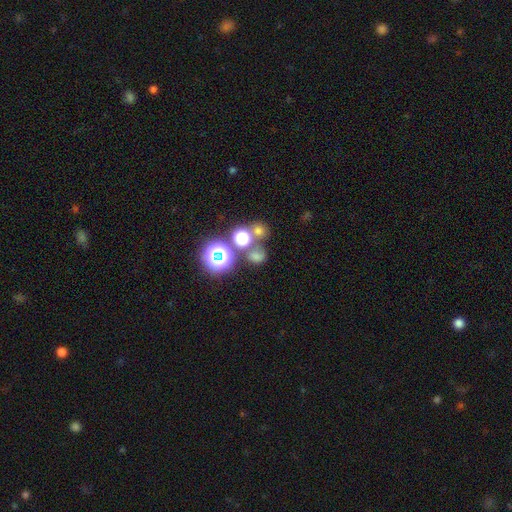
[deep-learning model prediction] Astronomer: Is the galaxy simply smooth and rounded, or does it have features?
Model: smooth — 57% (runner-up: star or artifact, 33%).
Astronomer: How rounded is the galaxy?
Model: round — 71%.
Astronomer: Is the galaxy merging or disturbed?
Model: none — 56%.